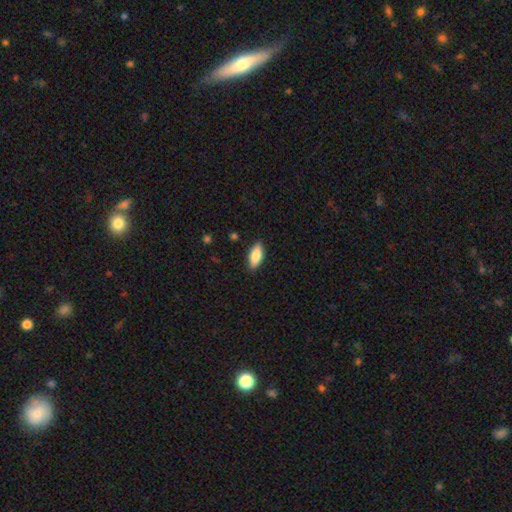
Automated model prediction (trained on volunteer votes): A smooth galaxy with no disk features (78%) that is in between round and cigar-shaped (80%). Merging: none (88%).